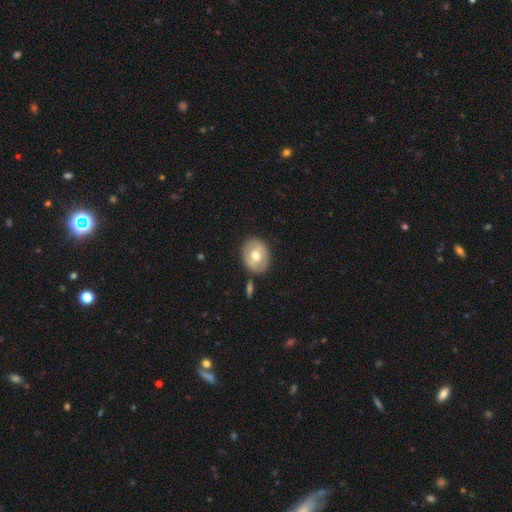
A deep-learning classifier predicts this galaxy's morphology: Overall: smooth (61%; featured or disk 33%). How rounded: in between (54%; round 45%). Merging: none (81%).